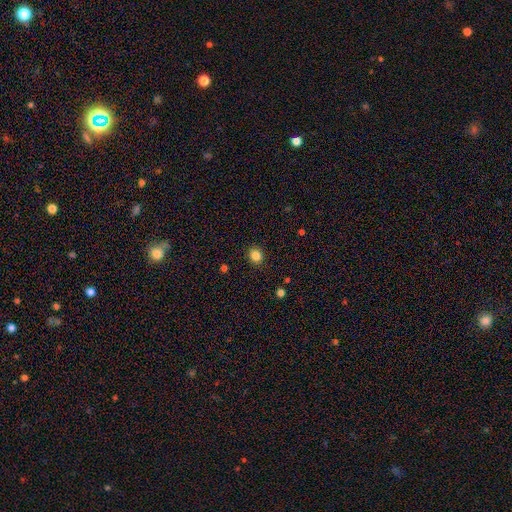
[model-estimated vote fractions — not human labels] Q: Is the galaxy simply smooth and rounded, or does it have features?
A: smooth — 84%.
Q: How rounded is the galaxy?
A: round — 78%.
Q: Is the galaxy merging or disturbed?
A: none — 90%.